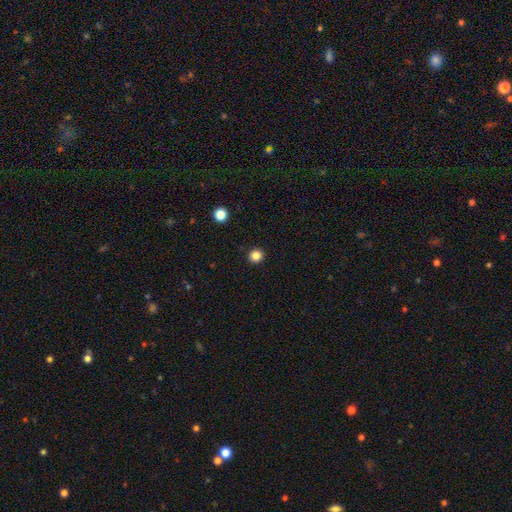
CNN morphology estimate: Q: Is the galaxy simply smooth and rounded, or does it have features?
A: smooth — 85%.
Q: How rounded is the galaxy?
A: round — 93%.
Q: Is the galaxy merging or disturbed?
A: none — 93%.